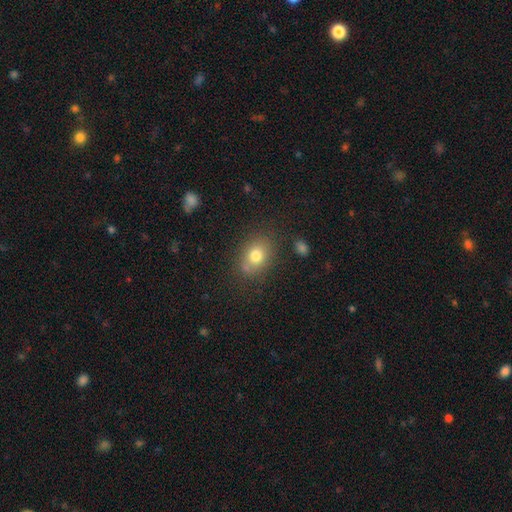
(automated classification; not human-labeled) Smooth or featured? smooth (77%)
How rounded? in between (54%)
Merging? none (72%)